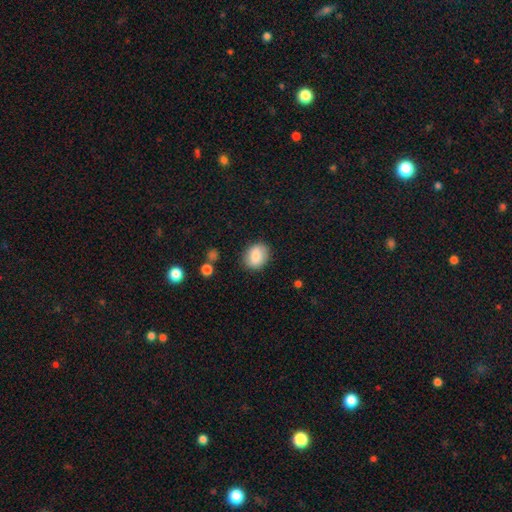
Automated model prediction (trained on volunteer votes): A smooth galaxy with no disk features (83%) that is in between round and cigar-shaped (52%). Merging: none (84%).